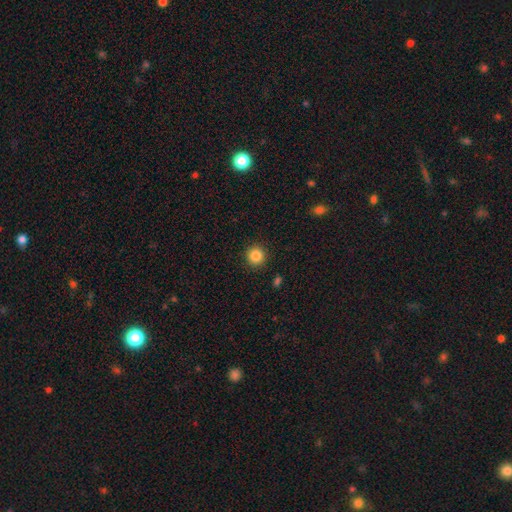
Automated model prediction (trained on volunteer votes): Smooth or featured?
  - smooth: 86% *
  - star or artifact: 10%
  - featured or disk: 4%
How rounded?
  - round: 94% *
  - in between: 5%
  - cigar-shaped: 1%
Merging?
  - none: 91% *
  - minor disturbance: 5%
  - major disturbance: 2%
  - merger: 1%